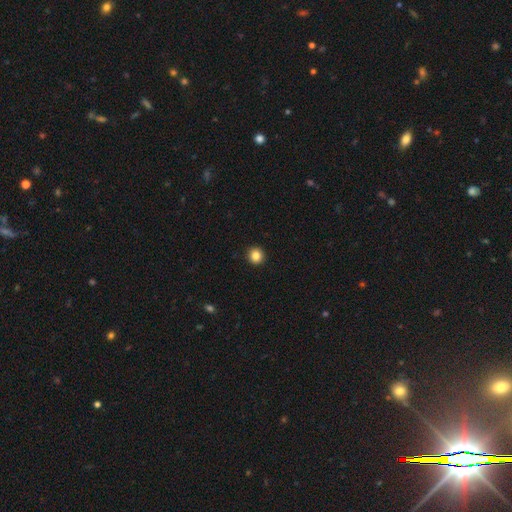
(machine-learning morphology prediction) This is clearly a smooth galaxy (85%). How rounded: clearly round (94%). Merging: clearly none (94%).